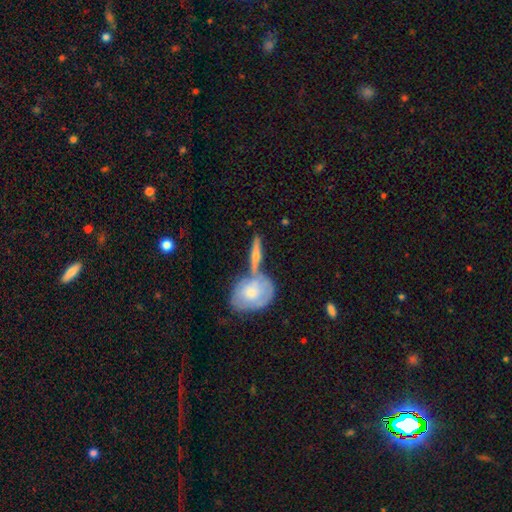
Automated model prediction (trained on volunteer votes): Q: Smooth or featured?
A: featured or disk (52%); runner-up: smooth (41%)
Q: Edge-on disk?
A: yes (76%); runner-up: no (24%)
Q: Merging?
A: none (48%); runner-up: merger (36%)